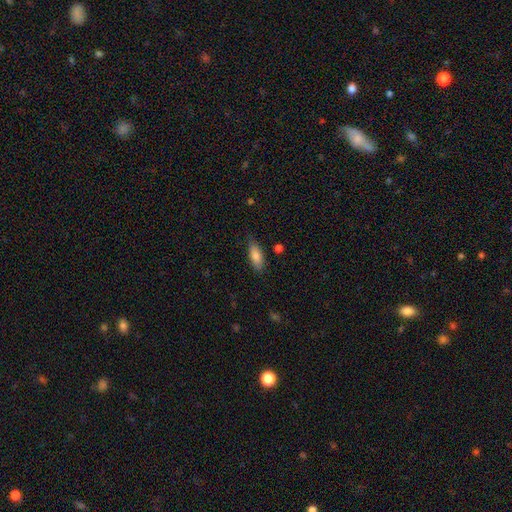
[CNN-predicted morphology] A smooth galaxy with no disk features (82%) that is in between round and cigar-shaped (76%). Merging: none (80%).